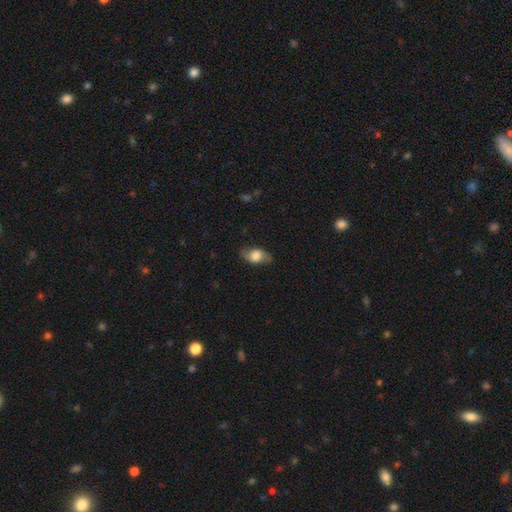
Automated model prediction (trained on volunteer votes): Q: Smooth or featured?
A: smooth (62%); runner-up: featured or disk (31%)
Q: How rounded?
A: in between (85%); runner-up: round (12%)
Q: Merging?
A: none (74%); runner-up: minor disturbance (19%)